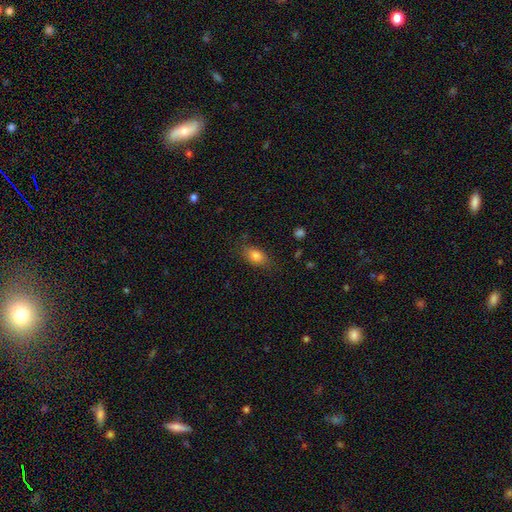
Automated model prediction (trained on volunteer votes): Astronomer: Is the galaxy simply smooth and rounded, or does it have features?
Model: smooth — 81%.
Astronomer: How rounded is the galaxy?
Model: in between — 83%.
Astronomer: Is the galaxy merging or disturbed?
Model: none — 79%.